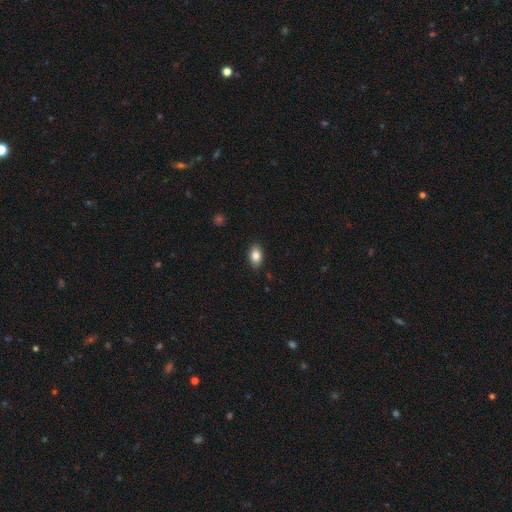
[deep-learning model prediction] smooth_or_featured: smooth (p=0.84) [alt: featured or disk p=0.08]
how_rounded: in between (p=0.88) [alt: round p=0.10]
merging: none (p=0.87) [alt: minor disturbance p=0.10]